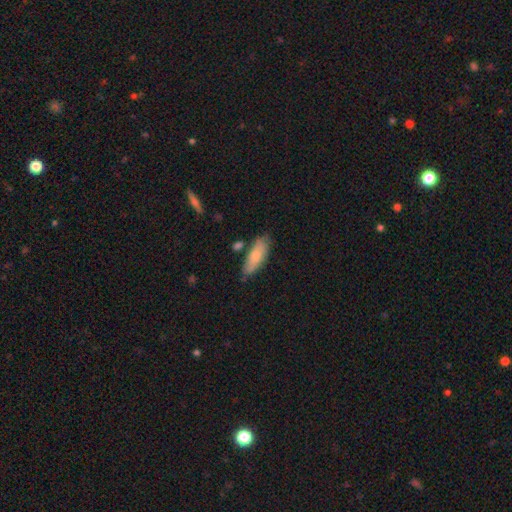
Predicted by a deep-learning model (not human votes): Smooth or featured: smooth — 74% (featured or disk — 20%)
How rounded: in between — 69% (cigar-shaped — 29%)
Merging: none — 69% (minor disturbance — 21%)